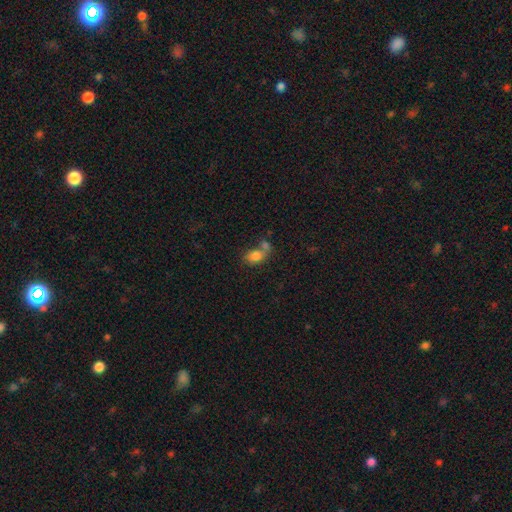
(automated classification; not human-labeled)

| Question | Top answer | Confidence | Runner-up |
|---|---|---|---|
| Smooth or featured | smooth | 80% | featured or disk (11%) |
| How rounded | in between | 77% | round (22%) |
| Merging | merger | 47% | none (34%) |